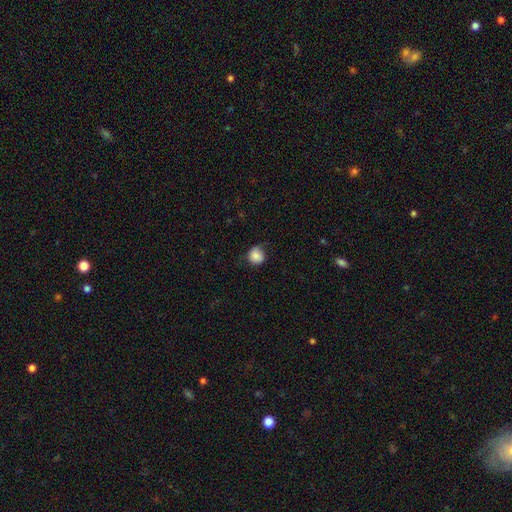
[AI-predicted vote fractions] Q: Smooth or featured?
A: smooth (82%); runner-up: featured or disk (10%)
Q: How rounded?
A: round (82%); runner-up: in between (17%)
Q: Merging?
A: none (62%); runner-up: minor disturbance (28%)